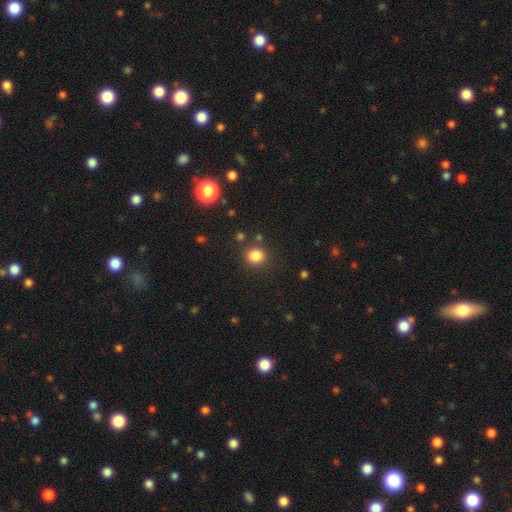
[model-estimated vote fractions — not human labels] Smooth or featured: smooth — 83% (star or artifact — 12%)
How rounded: round — 79% (in between — 20%)
Merging: none — 85% (minor disturbance — 8%)